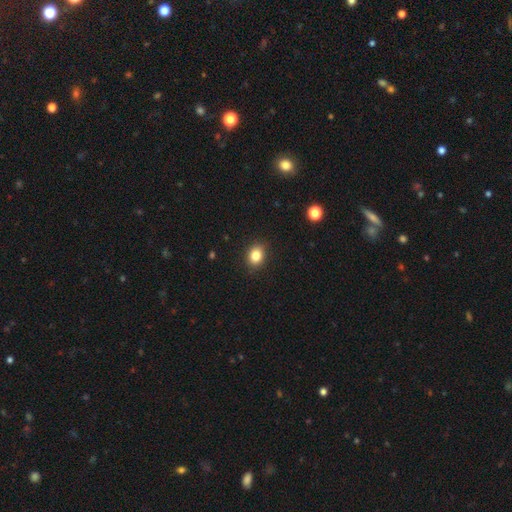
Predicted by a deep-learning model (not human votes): Morphology: type=smooth (84%); roundness=round (51%); merging=none (88%).